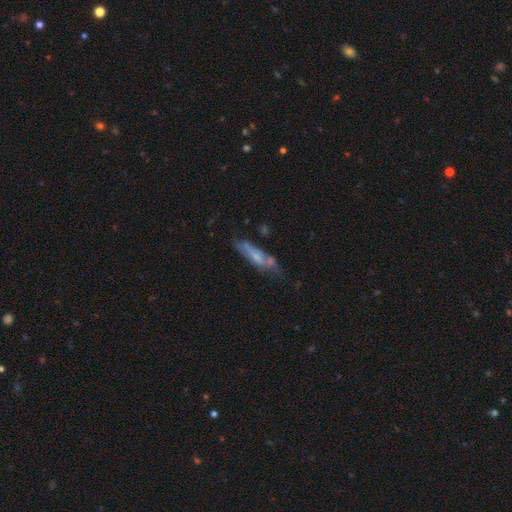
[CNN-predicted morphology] featured or disk 55%, smooth 38%, star or artifact 7%. Down the decision tree: edge-on disk — no (58%); merging — none (47%).